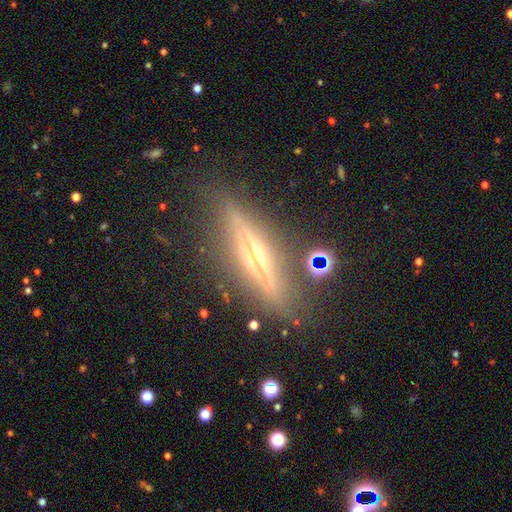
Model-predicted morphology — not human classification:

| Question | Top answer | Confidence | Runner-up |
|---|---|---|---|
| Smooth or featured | featured or disk | 79% | smooth (12%) |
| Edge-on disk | yes | 94% | no (6%) |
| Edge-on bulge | rounded | 73% | none (18%) |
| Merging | none | 80% | minor disturbance (13%) |